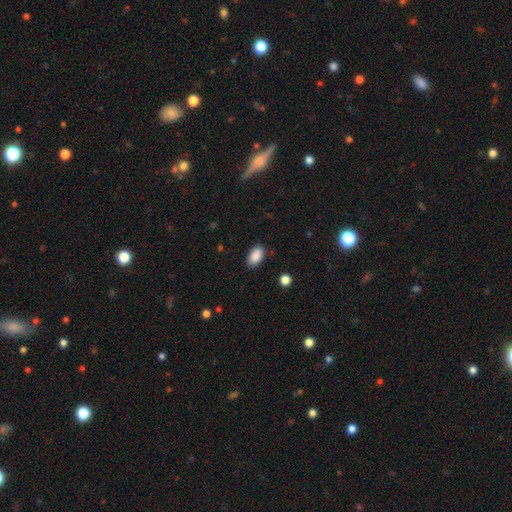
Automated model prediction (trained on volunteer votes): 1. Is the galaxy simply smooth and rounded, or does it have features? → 89% smooth, 8% star or artifact, 3% featured or disk.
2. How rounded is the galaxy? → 93% in between, 5% round, 2% cigar-shaped.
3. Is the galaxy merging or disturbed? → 85% none, 11% minor disturbance, 3% major disturbance, 1% merger.